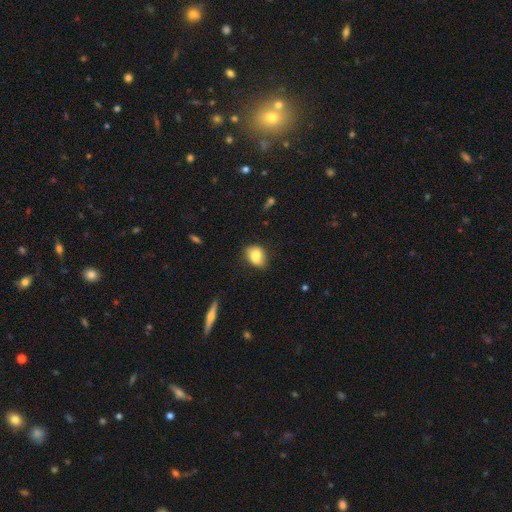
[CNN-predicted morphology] smooth 80%, featured or disk 12%, star or artifact 8%. Down the decision tree: how rounded — in between (65%); merging — none (68%).